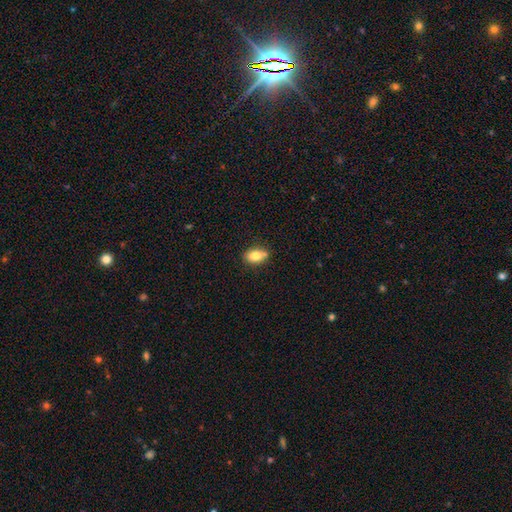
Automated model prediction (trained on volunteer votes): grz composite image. It shows a smooth galaxy with no disk features (79%) that is in between round and cigar-shaped (84%). Merging: none (72%).